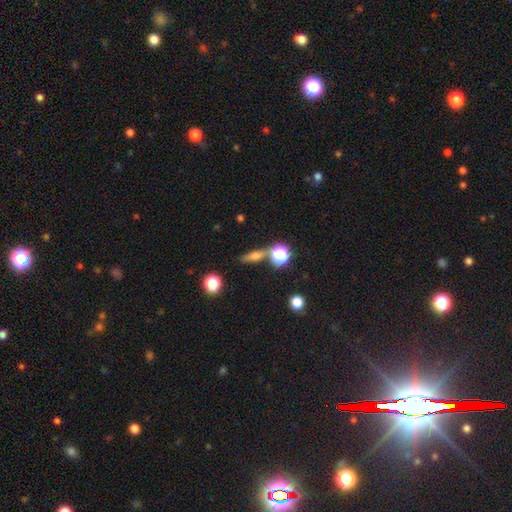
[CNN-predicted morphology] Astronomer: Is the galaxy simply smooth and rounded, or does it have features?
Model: smooth — 52% (runner-up: featured or disk, 30%).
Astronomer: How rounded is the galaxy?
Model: cigar-shaped — 45% (runner-up: in between, 37%).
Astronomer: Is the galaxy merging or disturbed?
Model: none — 73%.